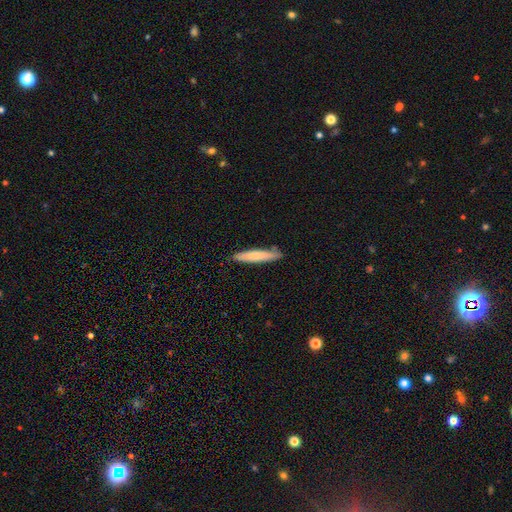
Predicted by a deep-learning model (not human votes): Q: Smooth or featured?
A: smooth (72%); runner-up: featured or disk (23%)
Q: How rounded?
A: cigar-shaped (91%); runner-up: in between (8%)
Q: Merging?
A: none (86%); runner-up: minor disturbance (11%)